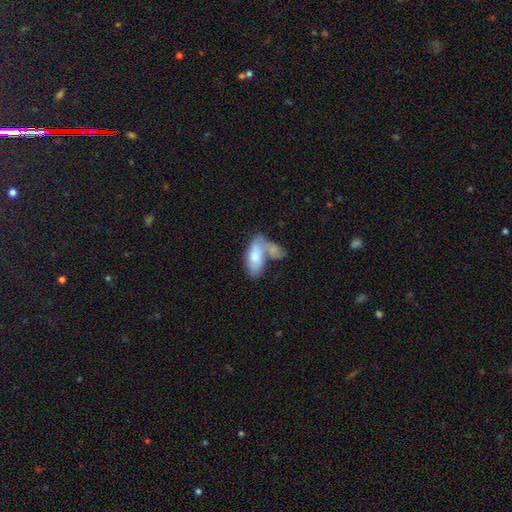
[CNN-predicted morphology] Overall: smooth (72%). How rounded: in between (88%). Merging: merger (55%; none 24%).